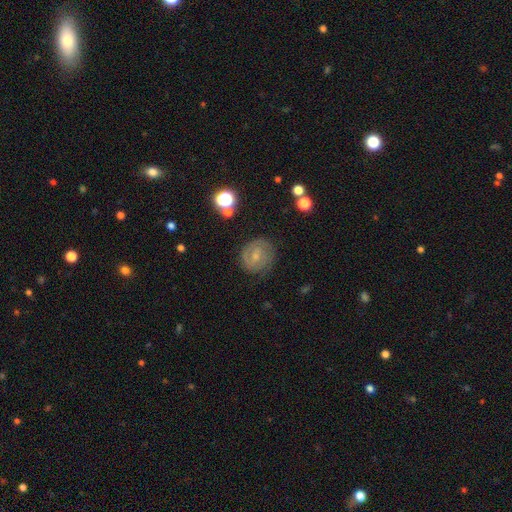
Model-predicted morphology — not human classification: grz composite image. It shows a featured or disk galaxy (57%) with a weak bar (46%), spiral arms (82%) and a small central bulge (68%). Merging: none (77%).